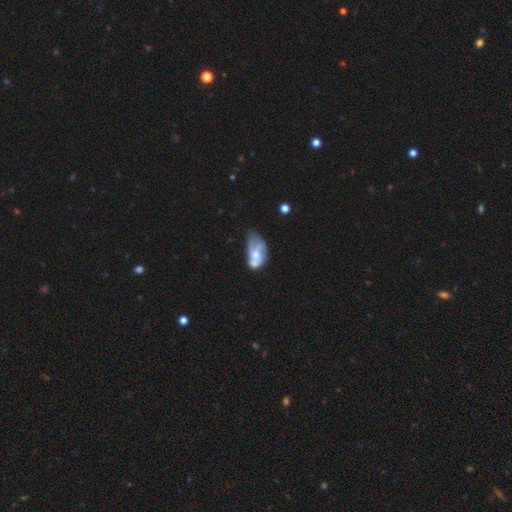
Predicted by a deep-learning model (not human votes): This is possibly a featured or disk galaxy (46%, tied with smooth). Merging: marginally merger (29%).